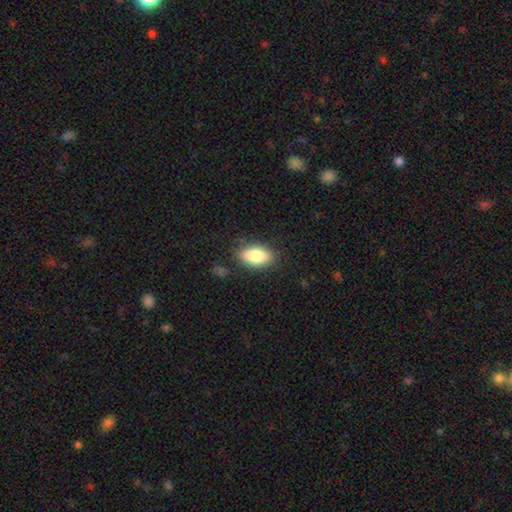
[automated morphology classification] Smooth or featured: smooth — 81% (featured or disk — 12%)
How rounded: in between — 88% (round — 7%)
Merging: none — 83% (minor disturbance — 12%)